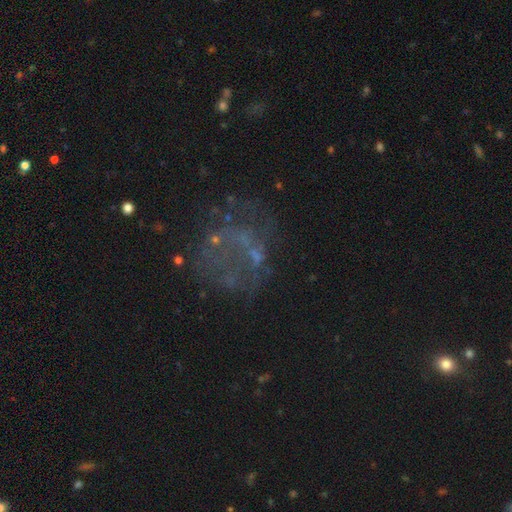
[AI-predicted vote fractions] The model was most divided on "merging": none: 44%, major disturbance: 33%, minor disturbance: 15%, merger: 8%. More confident: edge-on disk — no (98%); bar — no (89%); spiral arms — no (88%); bulge size — none (71%); smooth or featured — featured or disk (51%).